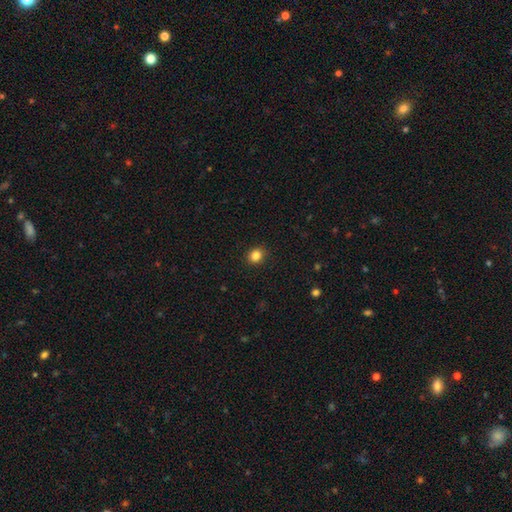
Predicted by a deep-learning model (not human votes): The model was most divided on "how rounded": round: 77%, in between: 23%, cigar-shaped: 1%. More confident: merging — none (91%); smooth or featured — smooth (84%).